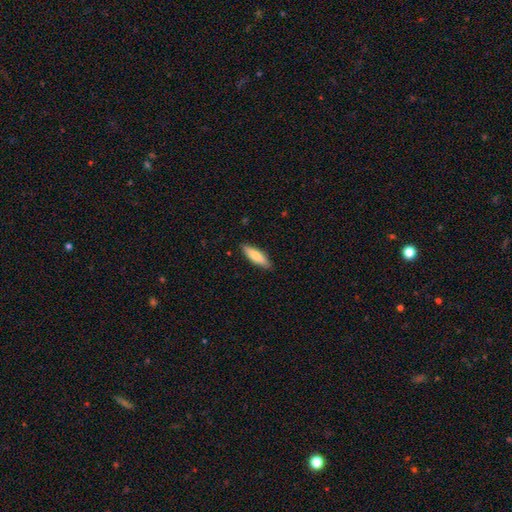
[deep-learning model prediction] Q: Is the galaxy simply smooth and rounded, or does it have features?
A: smooth — 75%.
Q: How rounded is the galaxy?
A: cigar-shaped — 57%.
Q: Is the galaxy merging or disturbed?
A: none — 88%.